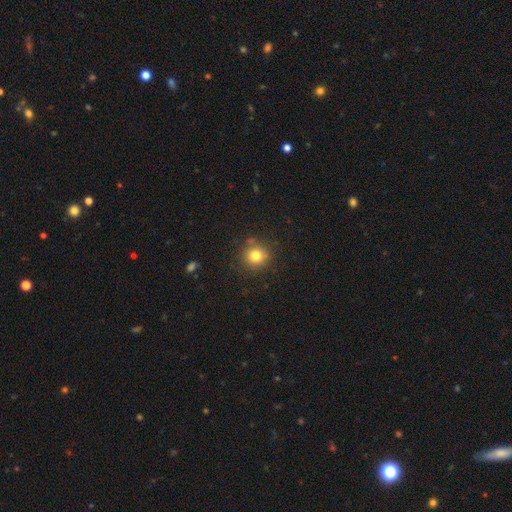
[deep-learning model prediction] smooth 79%, star or artifact 13%, featured or disk 8%. Down the decision tree: how rounded — round (90%); merging — none (83%).